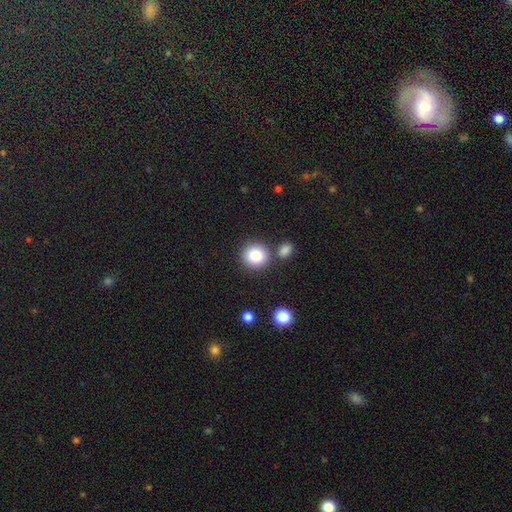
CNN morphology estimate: Smooth or featured: smooth — 82% (star or artifact — 10%)
How rounded: round — 89% (in between — 10%)
Merging: none — 78% (merger — 11%)